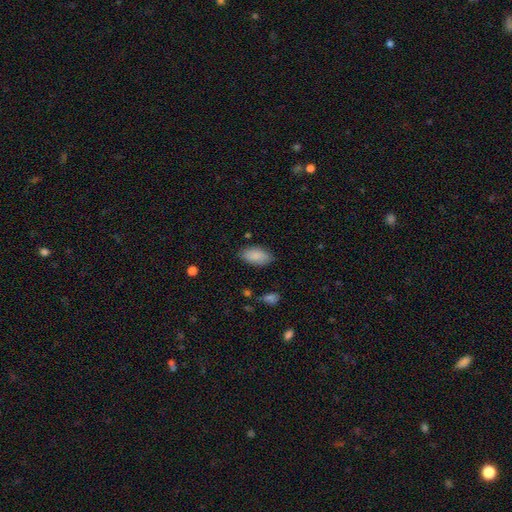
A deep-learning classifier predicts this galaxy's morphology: Smooth or featured? smooth (88%)
How rounded? in between (94%)
Merging? none (81%)